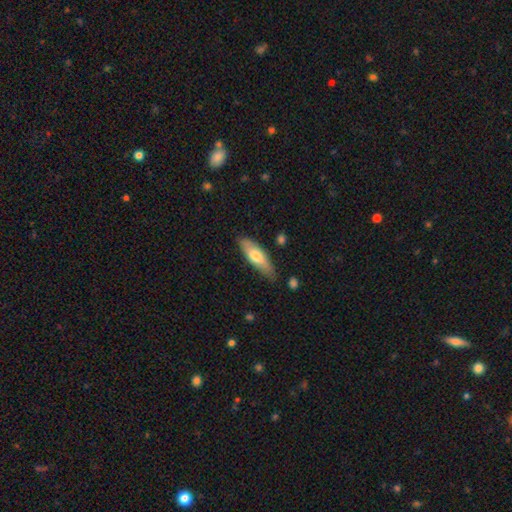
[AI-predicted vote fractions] smooth_or_featured: smooth (p=0.67) [alt: featured or disk p=0.27]
how_rounded: in between (p=0.55) [alt: cigar-shaped p=0.44]
merging: none (p=0.74) [alt: minor disturbance p=0.20]